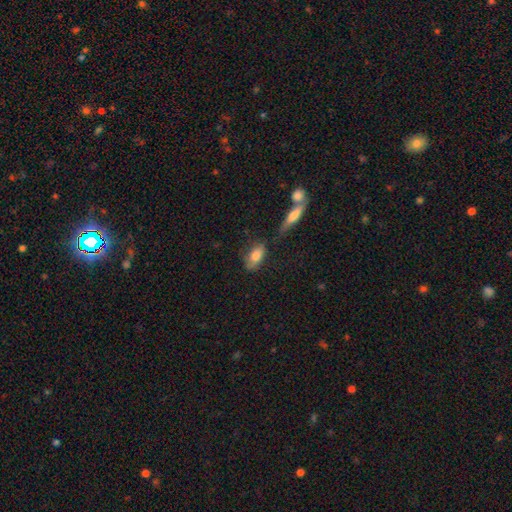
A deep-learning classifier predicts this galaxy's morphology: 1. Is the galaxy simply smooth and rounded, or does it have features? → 78% smooth, 15% featured or disk, 7% star or artifact.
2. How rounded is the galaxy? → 87% in between, 7% cigar-shaped, 6% round.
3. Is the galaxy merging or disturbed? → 59% none, 25% minor disturbance, 9% merger, 8% major disturbance.